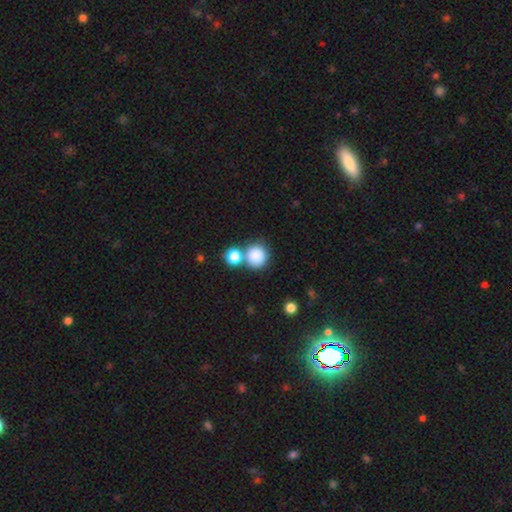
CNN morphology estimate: smooth 85%, star or artifact 10%, featured or disk 5%. Down the decision tree: how rounded — round (89%); merging — none (62%).